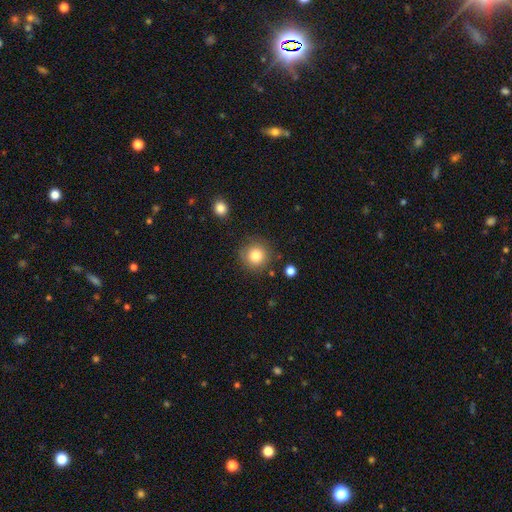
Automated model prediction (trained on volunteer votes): Q: Smooth or featured?
A: smooth (82%); runner-up: star or artifact (10%)
Q: How rounded?
A: round (93%); runner-up: in between (6%)
Q: Merging?
A: none (84%); runner-up: minor disturbance (9%)